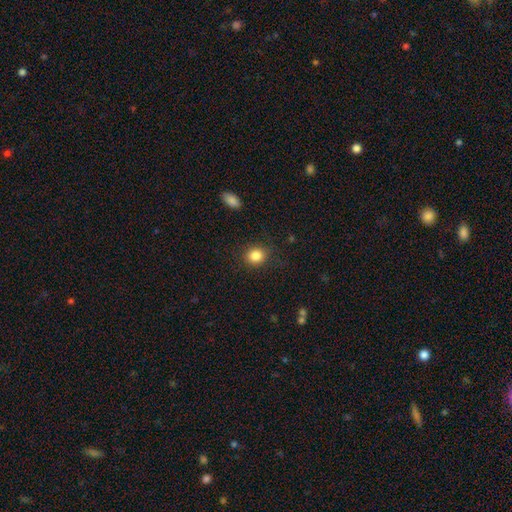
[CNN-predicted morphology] Q: Smooth or featured?
A: smooth (85%); runner-up: star or artifact (10%)
Q: How rounded?
A: round (75%); runner-up: in between (24%)
Q: Merging?
A: none (87%); runner-up: minor disturbance (9%)